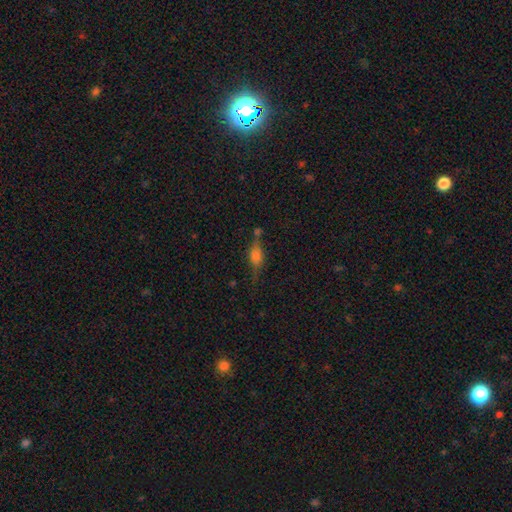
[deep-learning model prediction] Morphology: type=smooth (48%); merging=none (55%).